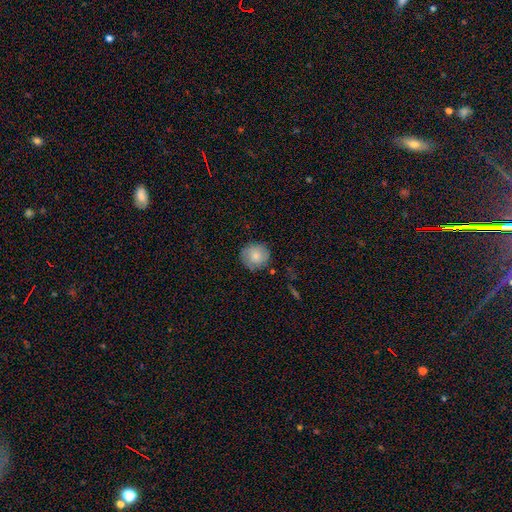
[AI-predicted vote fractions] Q: Smooth or featured?
A: smooth (75%); runner-up: featured or disk (17%)
Q: How rounded?
A: round (91%); runner-up: in between (8%)
Q: Merging?
A: none (82%); runner-up: minor disturbance (14%)